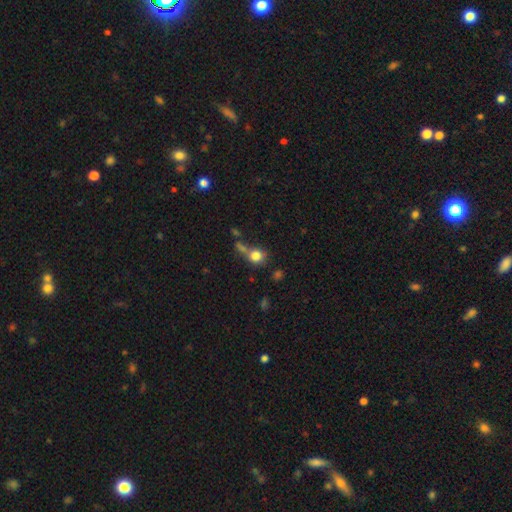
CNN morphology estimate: Smooth or featured?
  - smooth: 79% *
  - star or artifact: 12%
  - featured or disk: 10%
How rounded?
  - round: 81% *
  - in between: 18%
  - cigar-shaped: 2%
Merging?
  - none: 47% *
  - merger: 28%
  - minor disturbance: 15%
  - major disturbance: 10%